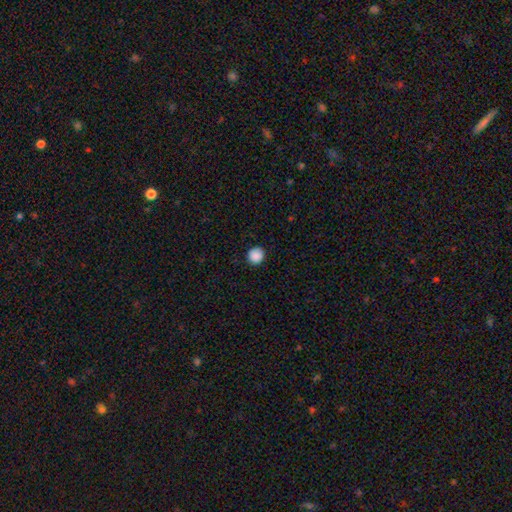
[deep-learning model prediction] This appears to be a smooth galaxy with no disk features (89%) that is round (92%). Merging: none (91%).